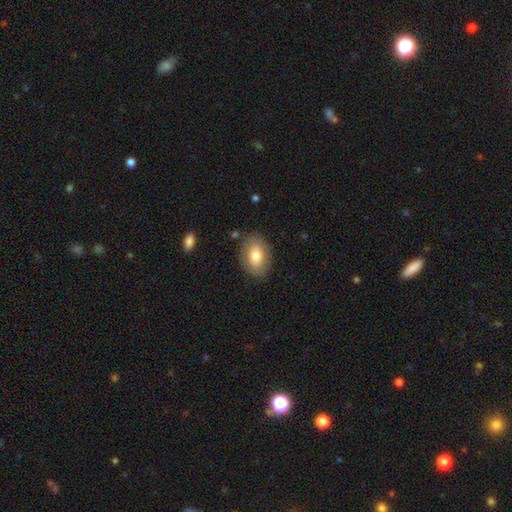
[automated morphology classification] Smooth or featured: smooth — 73% (featured or disk — 20%)
How rounded: in between — 82% (round — 16%)
Merging: none — 83% (minor disturbance — 12%)